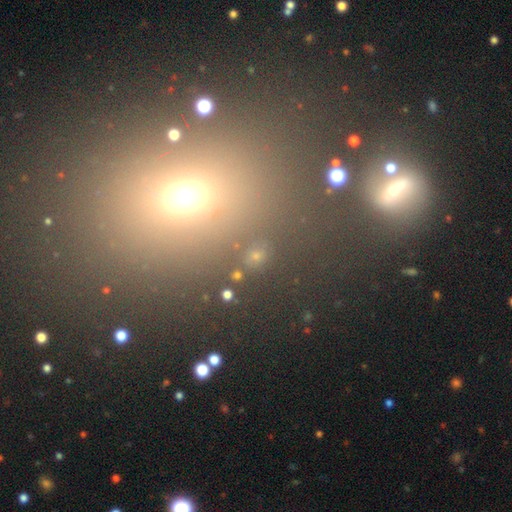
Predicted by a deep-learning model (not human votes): A smooth galaxy with no disk features (48%).

Vote fractions:
- Smooth or featured? smooth: 48% / star or artifact: 41% / featured or disk: 11%
- Merging? none: 75% / minor disturbance: 10% / merger: 9% / major disturbance: 6%